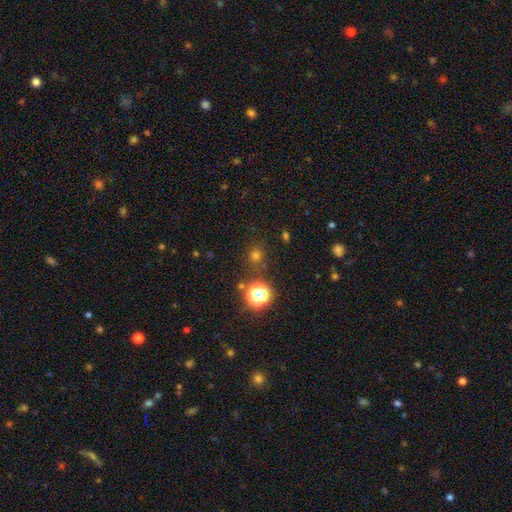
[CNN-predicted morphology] This appears to be a smooth galaxy with no disk features (65%) that is round (91%). Merging: none (84%).